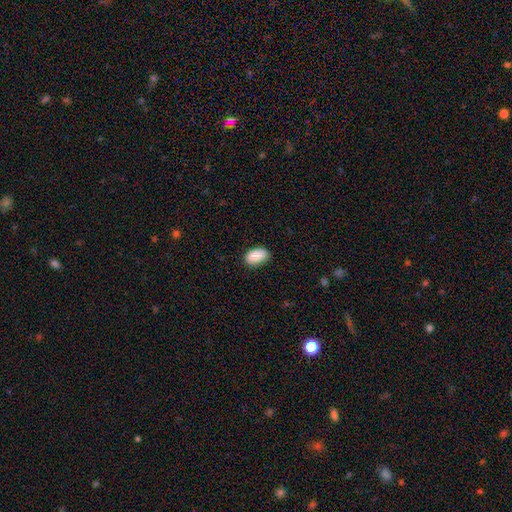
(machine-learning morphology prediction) This appears to be a smooth galaxy with no disk features (87%) that is in between round and cigar-shaped (93%). Merging: none (83%).